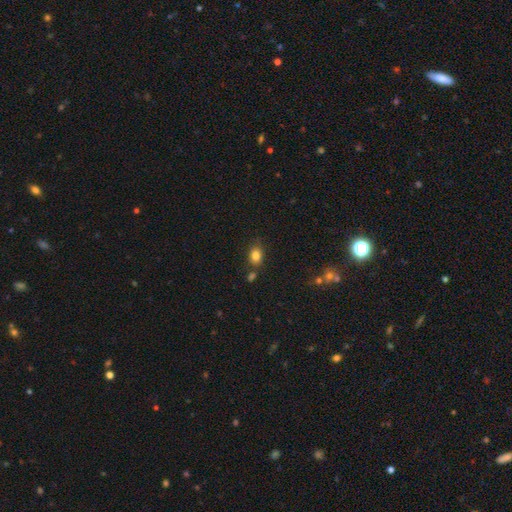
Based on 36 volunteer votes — Smooth or featured?
  - smooth: 94% *
  - featured or disk: 3%
  - star or artifact: 3%
How rounded?
  - round: 50% *
  - in between: 47%
  - cigar-shaped: 3%
Merging?
  - none: 66% *
  - minor disturbance: 23%
  - merger: 11%
  - major disturbance: 0%